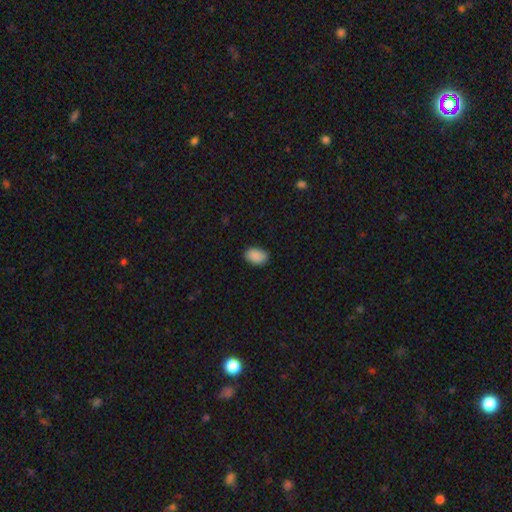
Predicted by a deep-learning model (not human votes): smooth-or-featured: smooth: 90% | star or artifact: 7% | featured or disk: 3%
  how-rounded: in between: 86% | round: 13% | cigar-shaped: 1%
  merging: none: 84% | minor disturbance: 13% | major disturbance: 2% | merger: 1%